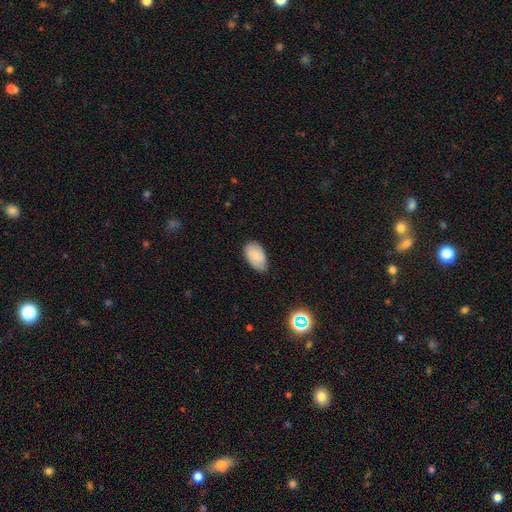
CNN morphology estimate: Smooth or featured: smooth — 77% (featured or disk — 15%)
How rounded: in between — 93% (round — 5%)
Merging: none — 65% (minor disturbance — 29%)